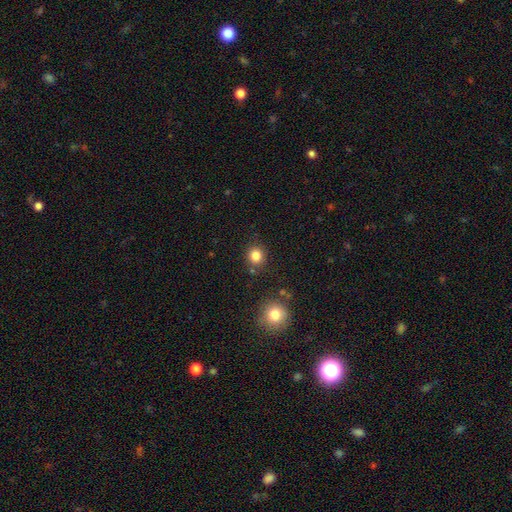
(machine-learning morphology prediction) A smooth galaxy with no disk features (83%) that is round (89%).

Vote fractions:
- Smooth or featured? smooth: 83% / star or artifact: 12% / featured or disk: 5%
- How rounded? round: 89% / in between: 10% / cigar-shaped: 1%
- Merging? none: 84% / minor disturbance: 8% / merger: 5% / major disturbance: 3%